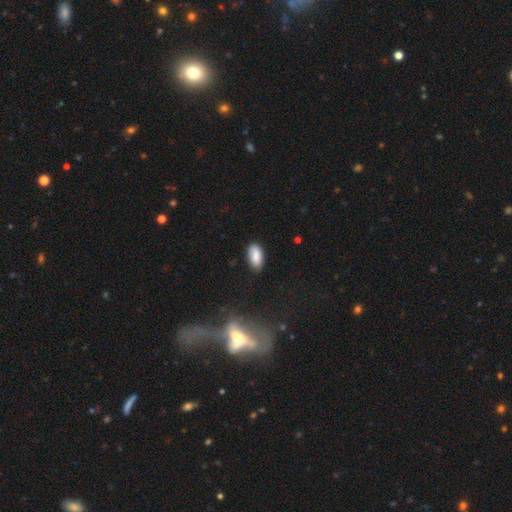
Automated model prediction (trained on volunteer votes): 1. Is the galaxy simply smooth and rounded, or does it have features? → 85% smooth, 8% featured or disk, 7% star or artifact.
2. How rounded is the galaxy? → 92% in between, 5% cigar-shaped, 3% round.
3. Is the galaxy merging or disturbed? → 78% none, 17% minor disturbance, 3% major disturbance, 1% merger.